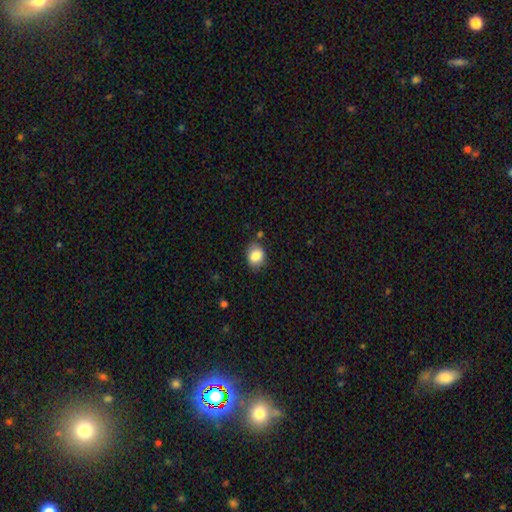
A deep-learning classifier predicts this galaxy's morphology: This appears to be a smooth galaxy with no disk features (84%) that is in between round and cigar-shaped (53%). Merging: none (75%).